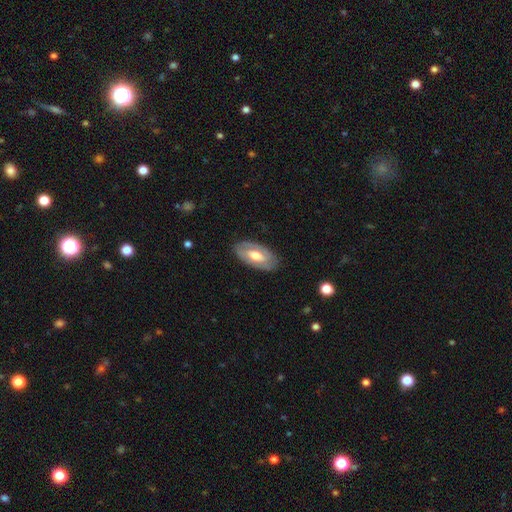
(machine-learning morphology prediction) Overall: featured or disk (54%; smooth 41%). Edge-on disk: no (87%). Merging: none (83%).